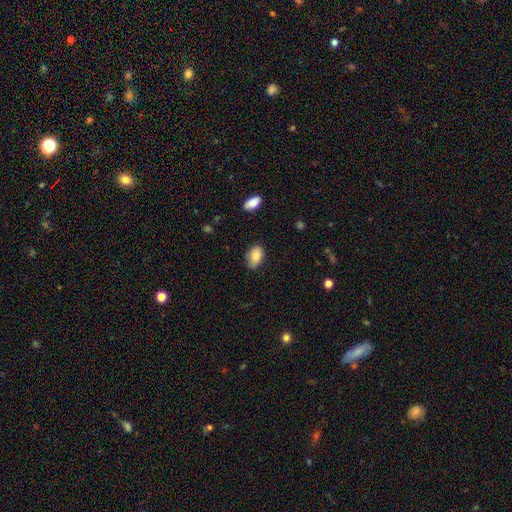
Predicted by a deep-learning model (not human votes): Smooth or featured?
  - smooth: 87% *
  - star or artifact: 7%
  - featured or disk: 6%
How rounded?
  - in between: 92% *
  - round: 7%
  - cigar-shaped: 2%
Merging?
  - none: 77% *
  - minor disturbance: 18%
  - major disturbance: 3%
  - merger: 1%